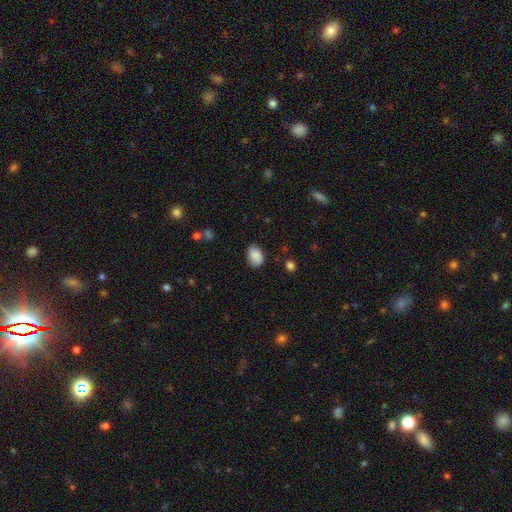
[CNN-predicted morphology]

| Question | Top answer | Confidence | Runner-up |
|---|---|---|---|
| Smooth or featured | smooth | 84% | featured or disk (8%) |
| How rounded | in between | 82% | round (17%) |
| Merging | none | 76% | minor disturbance (19%) |